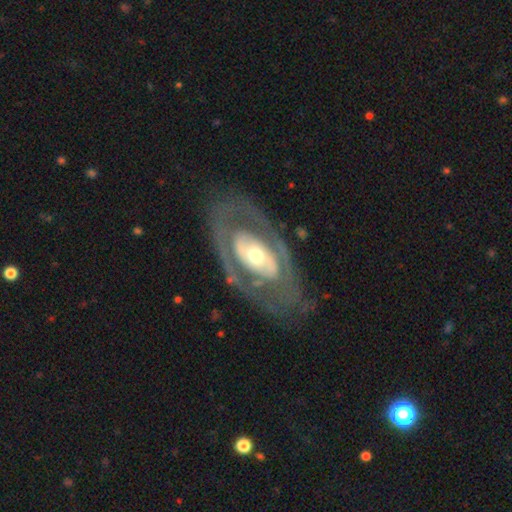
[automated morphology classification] type=featured or disk (78%); edge-on=no (92%); bar=no (66%); spiral arms=no (53%); bulge=moderate (56%); merging=none (73%).